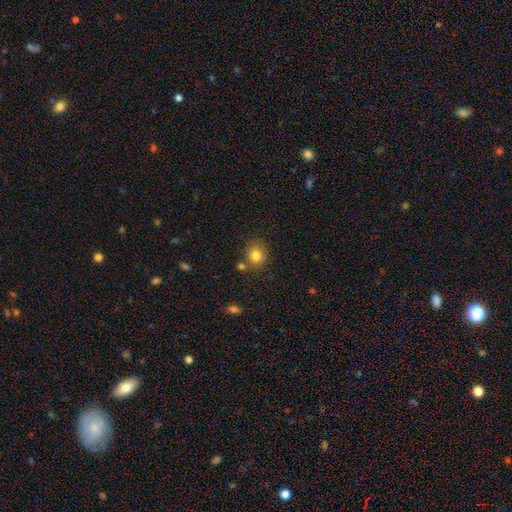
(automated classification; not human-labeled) Smooth or featured?
  - smooth: 82% *
  - star or artifact: 10%
  - featured or disk: 8%
How rounded?
  - round: 74% *
  - in between: 25%
  - cigar-shaped: 1%
Merging?
  - none: 70% *
  - minor disturbance: 15%
  - merger: 11%
  - major disturbance: 4%